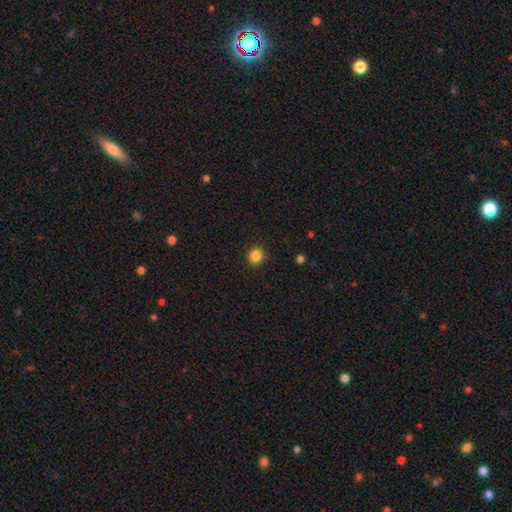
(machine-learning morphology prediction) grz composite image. It shows a smooth galaxy with no disk features (85%) that is round (89%). Merging: none (88%).